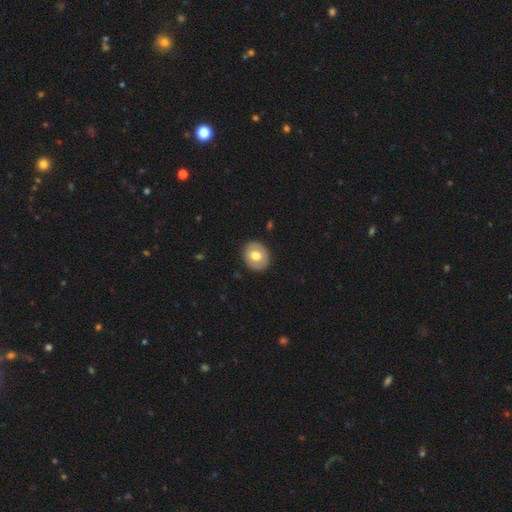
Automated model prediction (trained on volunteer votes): Smooth or featured?
  - smooth: 66% *
  - featured or disk: 27%
  - star or artifact: 7%
How rounded?
  - round: 65% *
  - in between: 34%
  - cigar-shaped: 1%
Merging?
  - none: 89% *
  - minor disturbance: 8%
  - major disturbance: 2%
  - merger: 1%